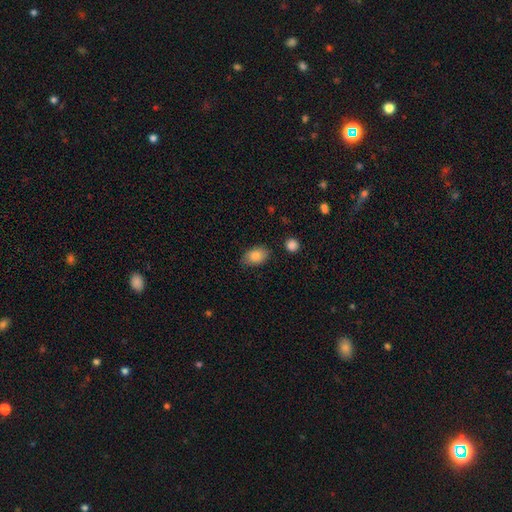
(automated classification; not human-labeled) Overall: smooth (85%). How rounded: in between (86%). Merging: none (77%).